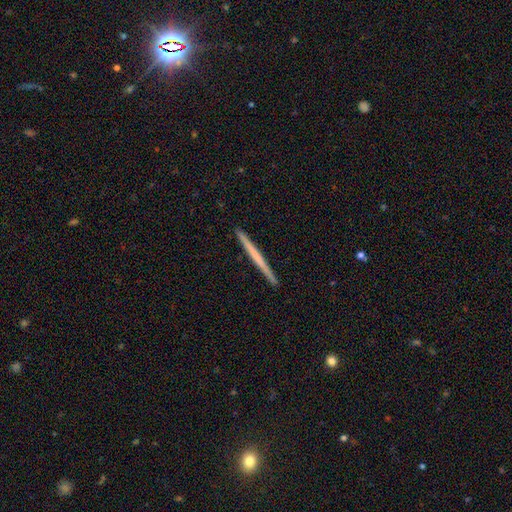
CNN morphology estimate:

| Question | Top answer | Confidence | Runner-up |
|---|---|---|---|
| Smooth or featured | featured or disk | 48% | smooth (47%) |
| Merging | none | 93% | minor disturbance (5%) |